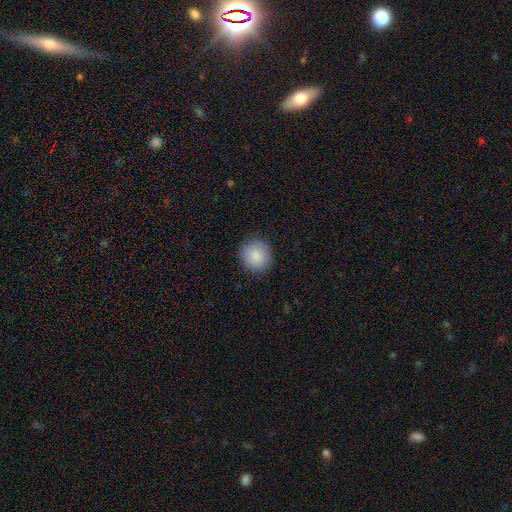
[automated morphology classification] Q: Smooth or featured?
A: smooth (88%); runner-up: star or artifact (8%)
Q: How rounded?
A: round (91%); runner-up: in between (8%)
Q: Merging?
A: none (90%); runner-up: minor disturbance (7%)